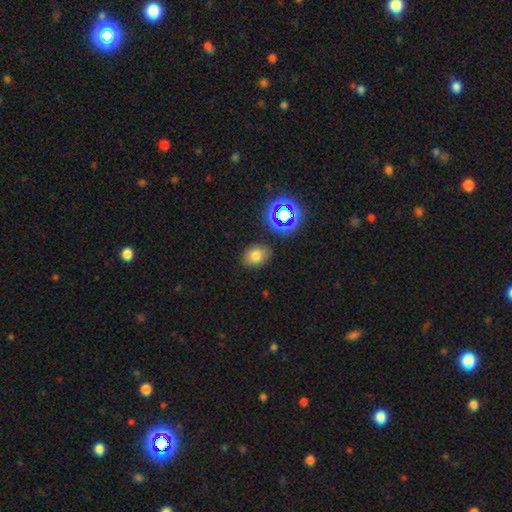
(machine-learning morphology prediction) Smooth or featured?
  - smooth: 73% *
  - star or artifact: 17%
  - featured or disk: 10%
How rounded?
  - in between: 55% *
  - round: 44%
  - cigar-shaped: 1%
Merging?
  - none: 84% *
  - minor disturbance: 11%
  - major disturbance: 3%
  - merger: 3%